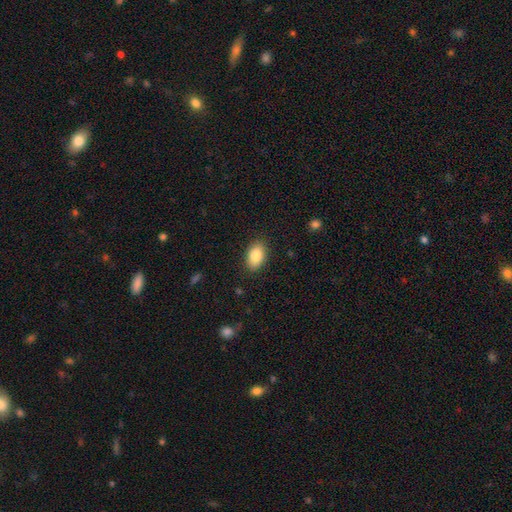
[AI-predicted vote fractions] Smooth or featured? Predicted: smooth (p=0.86). How rounded? Predicted: in between (p=0.91). Merging? Predicted: none (p=0.88).